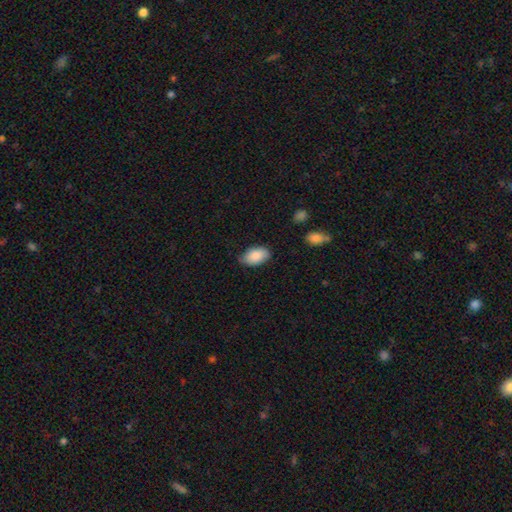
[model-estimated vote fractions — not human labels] This appears to be a smooth galaxy with no disk features (88%) that is in between round and cigar-shaped (93%). Merging: none (74%).